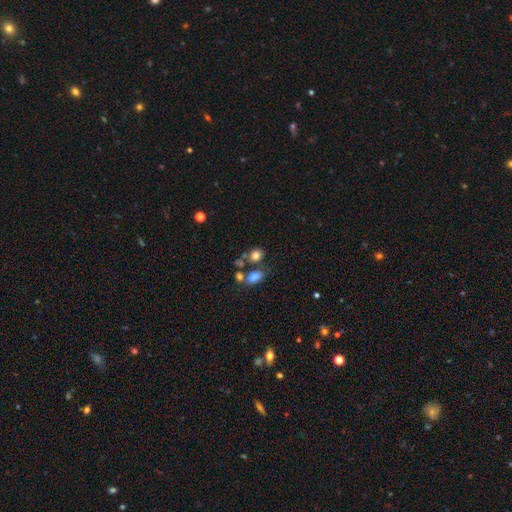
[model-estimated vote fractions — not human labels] Smooth or featured?
  - smooth: 78% *
  - star or artifact: 13%
  - featured or disk: 9%
How rounded?
  - in between: 50% *
  - round: 49%
  - cigar-shaped: 1%
Merging?
  - none: 55% *
  - merger: 24%
  - minor disturbance: 14%
  - major disturbance: 7%